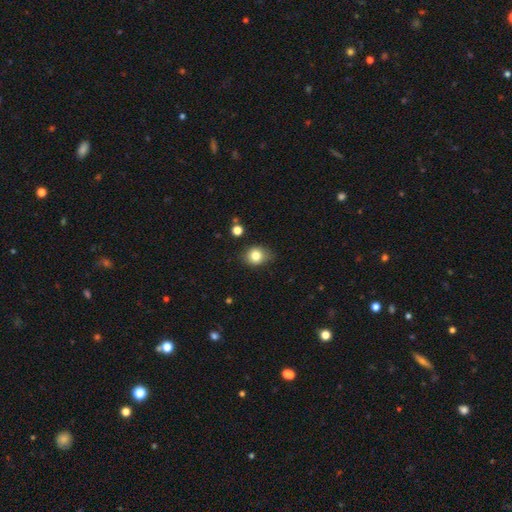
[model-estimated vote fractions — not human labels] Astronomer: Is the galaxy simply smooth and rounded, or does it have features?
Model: smooth — 81%.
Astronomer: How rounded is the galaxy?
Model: round — 64%.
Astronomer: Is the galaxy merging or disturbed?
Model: none — 75%.